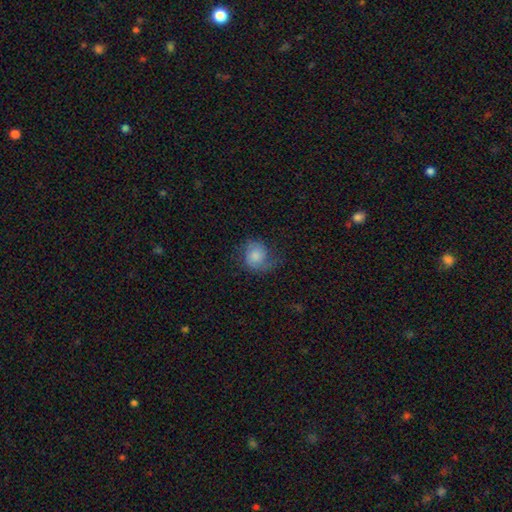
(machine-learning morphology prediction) smooth 59%, featured or disk 32%, star or artifact 9%. Down the decision tree: how rounded — round (76%); merging — none (54%).